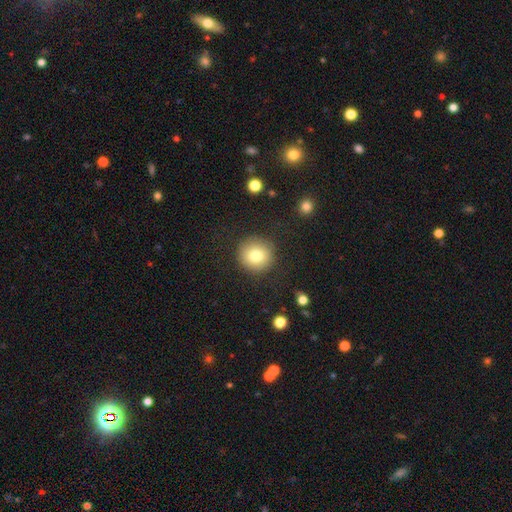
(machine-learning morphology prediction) Q: Smooth or featured?
A: smooth (79%); runner-up: featured or disk (11%)
Q: How rounded?
A: round (93%); runner-up: in between (6%)
Q: Merging?
A: none (86%); runner-up: minor disturbance (9%)